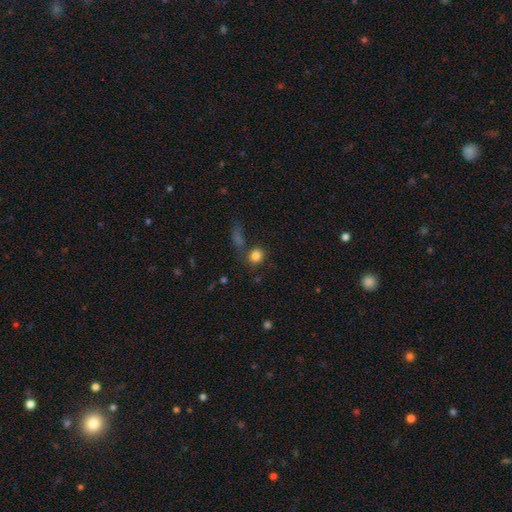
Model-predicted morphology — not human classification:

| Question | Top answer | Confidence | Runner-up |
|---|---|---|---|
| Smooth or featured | smooth | 82% | star or artifact (12%) |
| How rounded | round | 82% | in between (17%) |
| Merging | none | 70% | merger (13%) |